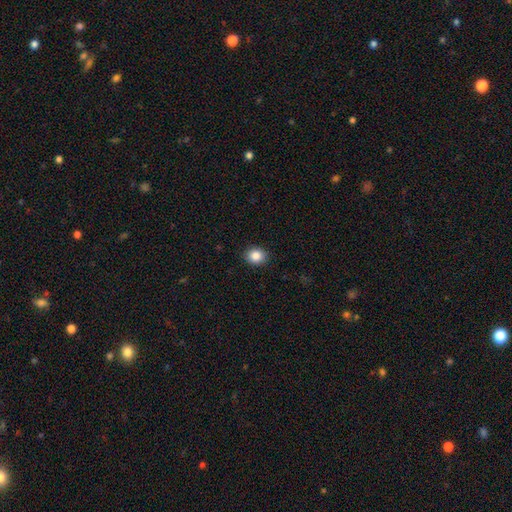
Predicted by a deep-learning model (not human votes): Smooth or featured: smooth — 86% (star or artifact — 9%)
How rounded: round — 60% (in between — 39%)
Merging: none — 90% (minor disturbance — 7%)